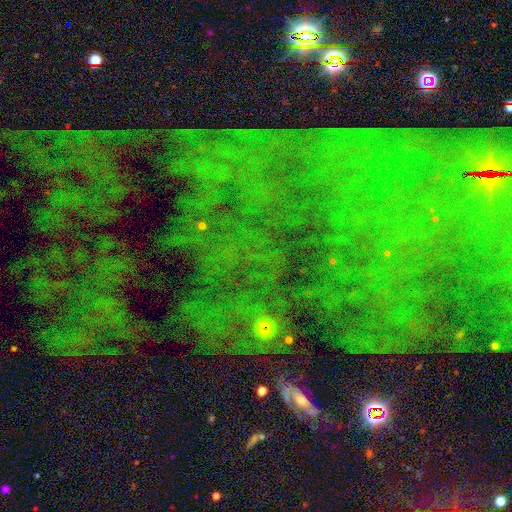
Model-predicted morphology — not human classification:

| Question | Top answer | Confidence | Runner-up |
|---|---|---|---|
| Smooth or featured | star or artifact | 78% | featured or disk (11%) |